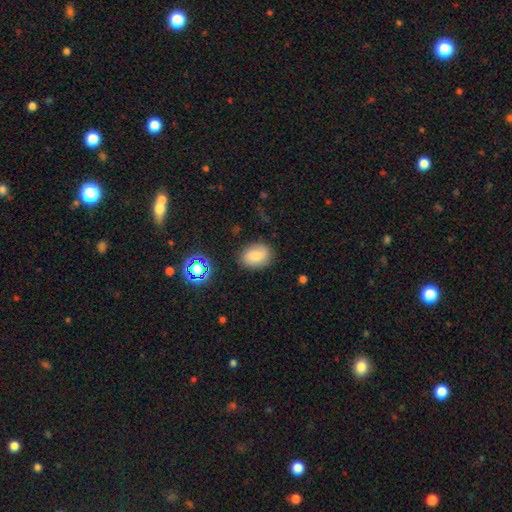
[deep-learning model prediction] This appears to be a smooth galaxy with no disk features (73%) that is in between round and cigar-shaped (62%). Merging: none (82%).